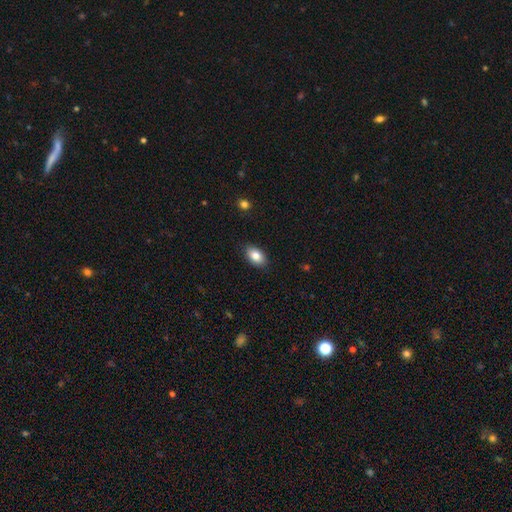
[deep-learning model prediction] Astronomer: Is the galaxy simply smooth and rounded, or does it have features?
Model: smooth — 83%.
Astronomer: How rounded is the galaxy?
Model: in between — 90%.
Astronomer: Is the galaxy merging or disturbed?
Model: none — 87%.